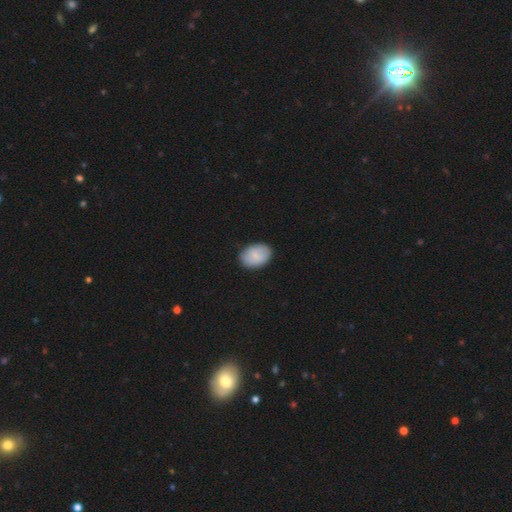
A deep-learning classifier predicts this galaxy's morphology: smooth_or_featured: smooth (p=0.81) [alt: featured or disk p=0.12]
how_rounded: in between (p=0.77) [alt: round p=0.22]
merging: none (p=0.83) [alt: minor disturbance p=0.14]